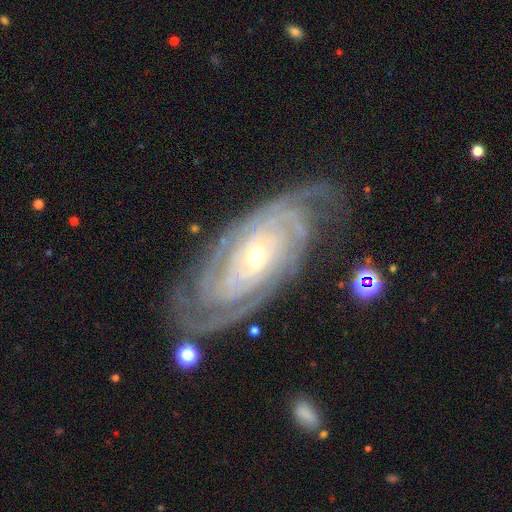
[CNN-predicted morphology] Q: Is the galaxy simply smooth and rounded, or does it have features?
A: featured or disk — 91%.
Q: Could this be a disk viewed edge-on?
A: no — 95%.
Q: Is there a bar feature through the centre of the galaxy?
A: no — 67%.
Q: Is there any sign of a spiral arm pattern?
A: yes — 98%.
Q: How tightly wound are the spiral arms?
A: tight — 83%.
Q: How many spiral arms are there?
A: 4 — 24%.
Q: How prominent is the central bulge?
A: small — 70%.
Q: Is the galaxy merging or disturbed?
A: none — 77%.